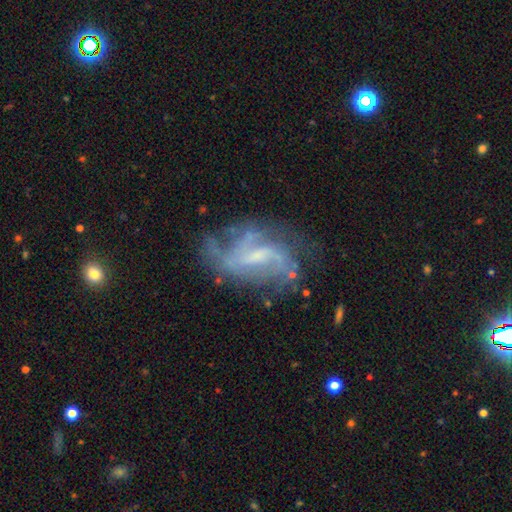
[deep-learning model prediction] A featured or disk galaxy (81%) with a weak bar (52%), 2 (38%) medium (42%) spiral arms (87%) and a small central bulge (39%).

Vote fractions:
- Smooth or featured? featured or disk: 81% / smooth: 10% / star or artifact: 9%
- Edge-on disk? no: 96% / yes: 4%
- Bar? weak: 52% / strong: 28% / no: 21%
- Spiral arms? yes: 87% / no: 13%
- Spiral winding? medium: 42% / loose: 37% / tight: 21%
- Spiral arm count? 2: 38% / can't tell: 29% / 3: 16% / 4: 7% / 1: 6% / more than 4: 4%
- Bulge size? small: 39% / none: 31% / moderate: 26% / large: 3% / dominant: 1%
- Merging? none: 54% / minor disturbance: 21% / major disturbance: 21% / merger: 4%